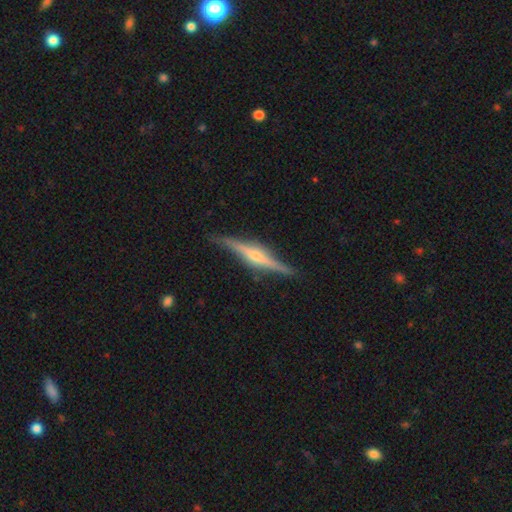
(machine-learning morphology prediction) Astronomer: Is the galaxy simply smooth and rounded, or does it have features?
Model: featured or disk — 81%.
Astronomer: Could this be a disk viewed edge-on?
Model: yes — 97%.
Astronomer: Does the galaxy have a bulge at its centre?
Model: rounded — 83%.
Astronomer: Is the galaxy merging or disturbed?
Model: none — 86%.